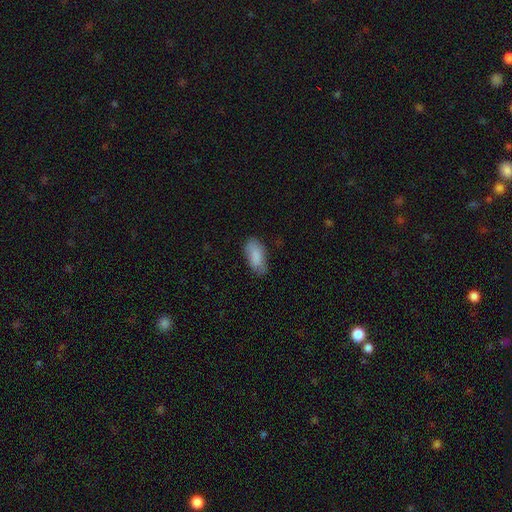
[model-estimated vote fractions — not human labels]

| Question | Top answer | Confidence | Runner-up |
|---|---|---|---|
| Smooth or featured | smooth | 85% | featured or disk (9%) |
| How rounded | in between | 91% | cigar-shaped (7%) |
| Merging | none | 70% | minor disturbance (23%) |